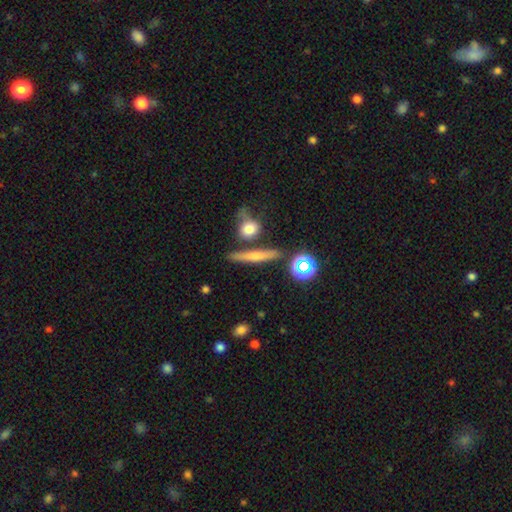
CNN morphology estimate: Smooth or featured? Predicted: smooth (p=0.52). How rounded? Predicted: cigar-shaped (p=0.73). Merging? Predicted: none (p=0.77).